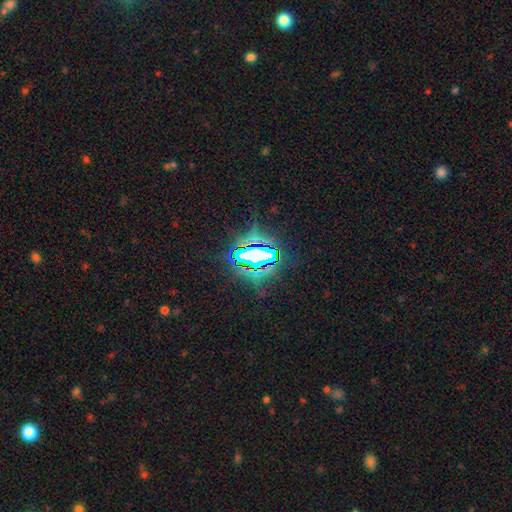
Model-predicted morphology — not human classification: A star or artifact, not a galaxy (72%).

Vote fractions:
- Smooth or featured? star or artifact: 72% / smooth: 14% / featured or disk: 14%